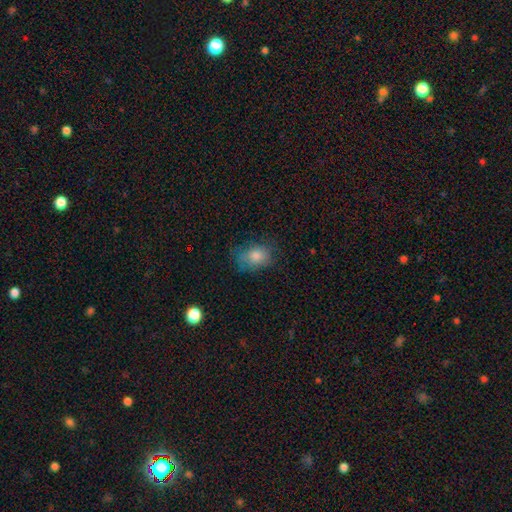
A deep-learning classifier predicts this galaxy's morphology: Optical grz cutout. It shows a smooth galaxy with no disk features (75%) that is in between round and cigar-shaped (66%). Merging: none (66%).